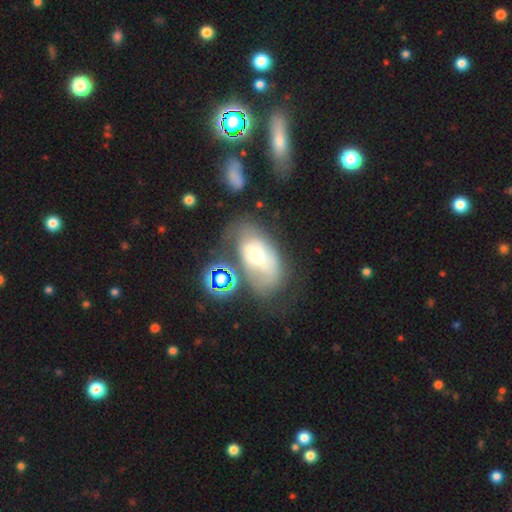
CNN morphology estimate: Smooth or featured? featured or disk (49%)
Merging? none (42%)